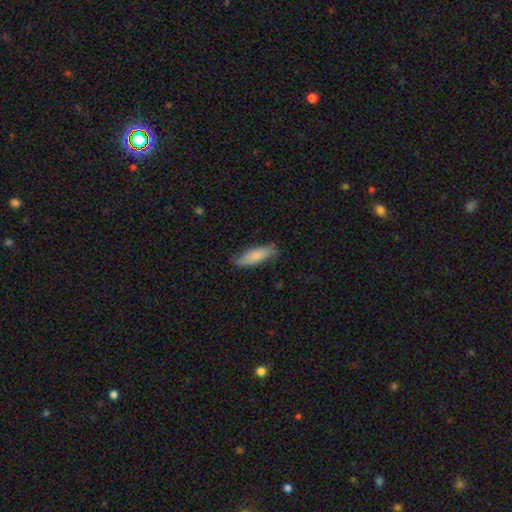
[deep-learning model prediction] smooth 74%, featured or disk 21%, star or artifact 6%. Down the decision tree: how rounded — in between (49%, tied with cigar-shaped); merging — none (76%).